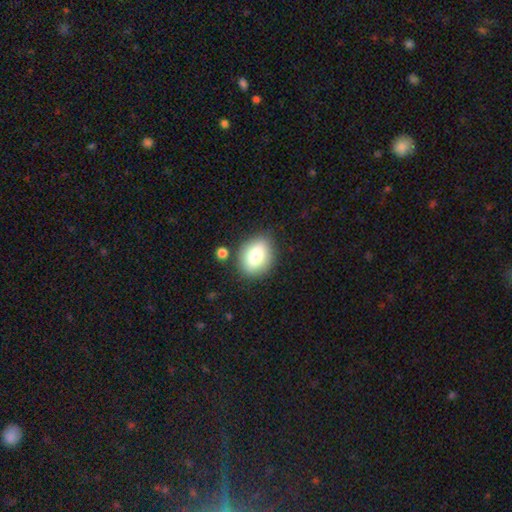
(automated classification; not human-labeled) smooth_or_featured: smooth (p=0.78) [alt: featured or disk p=0.13]
how_rounded: in between (p=0.64) [alt: round p=0.34]
merging: none (p=0.81) [alt: minor disturbance p=0.11]